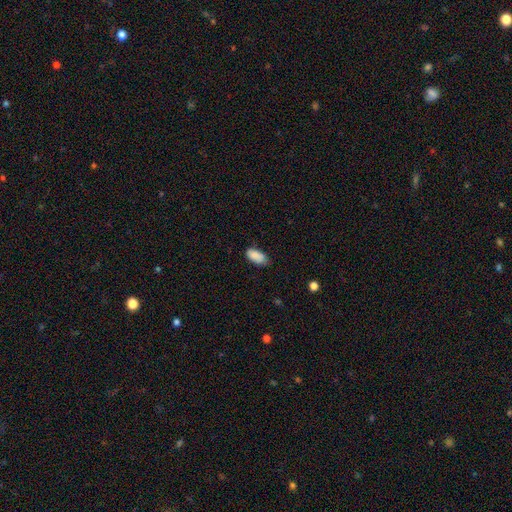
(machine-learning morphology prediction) Overall: smooth (87%). How rounded: in between (93%). Merging: none (68%).